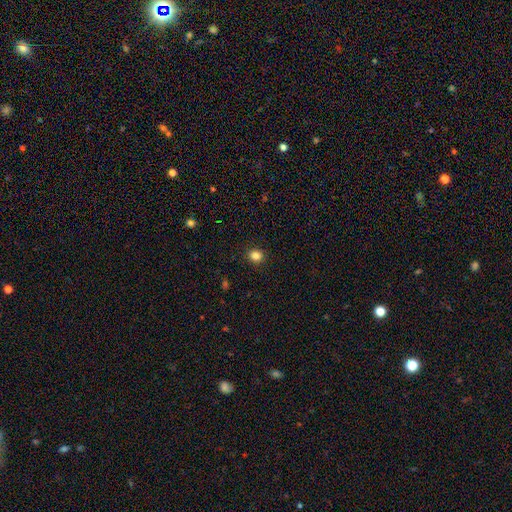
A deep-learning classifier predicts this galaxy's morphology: Q: Smooth or featured?
A: smooth (85%); runner-up: star or artifact (12%)
Q: How rounded?
A: round (72%); runner-up: in between (27%)
Q: Merging?
A: none (90%); runner-up: minor disturbance (6%)